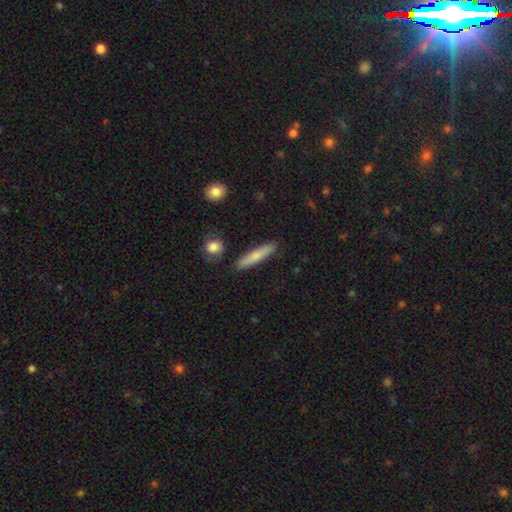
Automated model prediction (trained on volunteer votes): This appears to be a smooth galaxy with no disk features (71%) that is cigar-shaped (87%). Merging: none (87%).